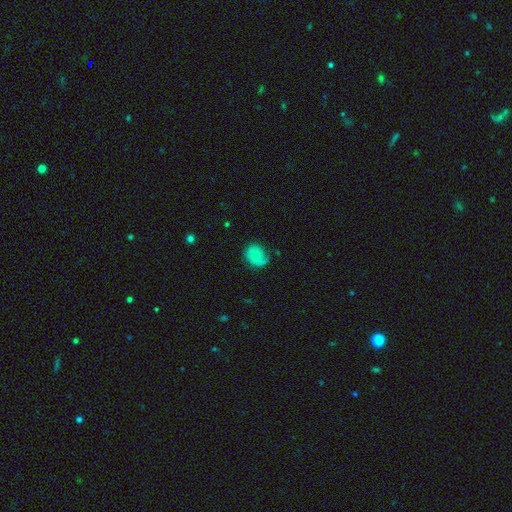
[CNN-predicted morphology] This appears to be a smooth galaxy with no disk features (50%) that is round (61%). Merging: none (63%).